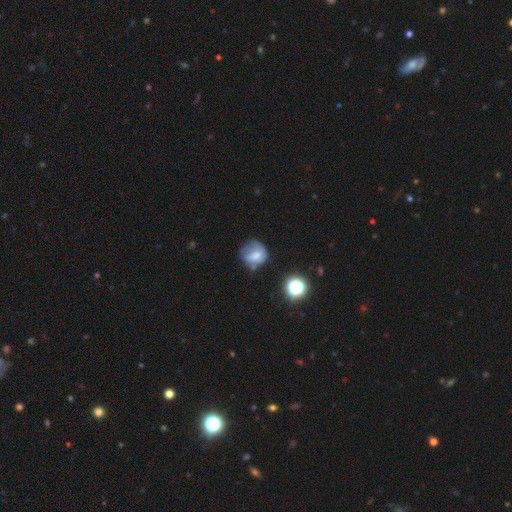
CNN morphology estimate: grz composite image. It shows a smooth galaxy with no disk features (57%) that is round (73%). Merging: none (45%).